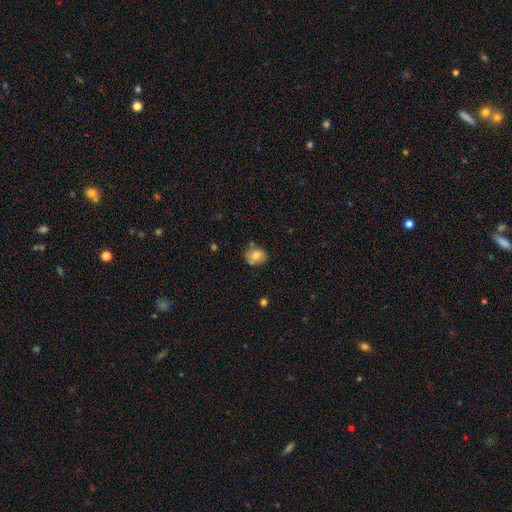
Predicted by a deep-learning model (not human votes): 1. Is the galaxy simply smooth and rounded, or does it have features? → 75% smooth, 16% featured or disk, 9% star or artifact.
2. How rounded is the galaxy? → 59% round, 40% in between, 1% cigar-shaped.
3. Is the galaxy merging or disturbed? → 65% none, 22% minor disturbance, 8% merger, 5% major disturbance.